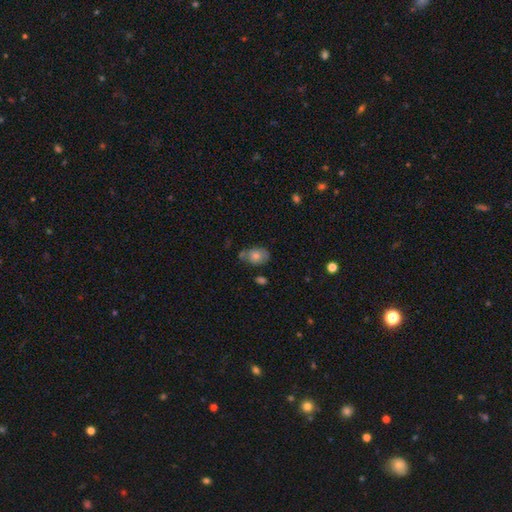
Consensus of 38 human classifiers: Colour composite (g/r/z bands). It shows a smooth galaxy with no disk features (66%) that is in between round and cigar-shaped (88%). Merging: none (37%).